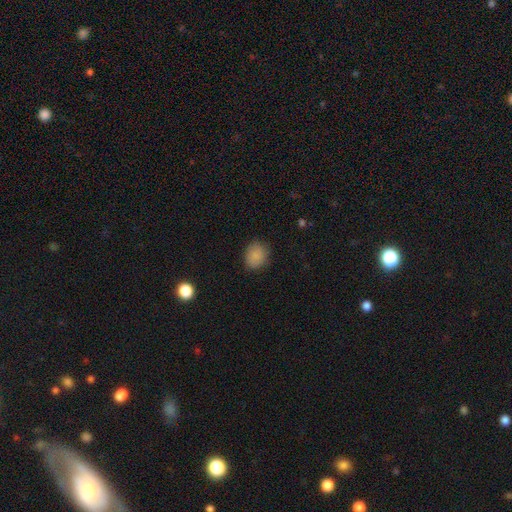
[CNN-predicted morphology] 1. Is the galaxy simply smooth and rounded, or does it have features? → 86% smooth, 9% star or artifact, 5% featured or disk.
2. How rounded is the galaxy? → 64% round, 35% in between, 1% cigar-shaped.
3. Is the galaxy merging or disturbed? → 82% none, 14% minor disturbance, 3% major disturbance, 1% merger.